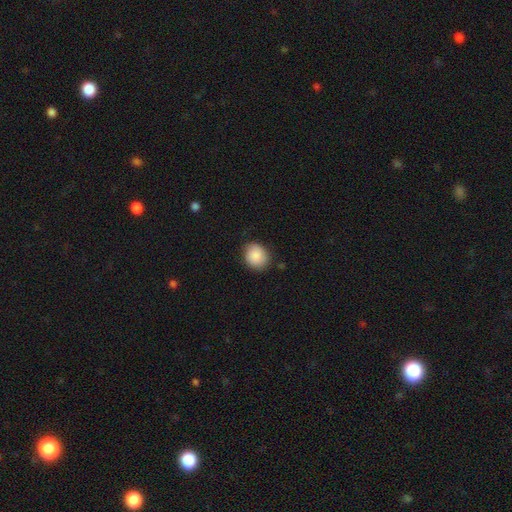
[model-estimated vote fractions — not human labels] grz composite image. It shows a smooth galaxy with no disk features (88%) that is round (70%). Merging: none (80%).